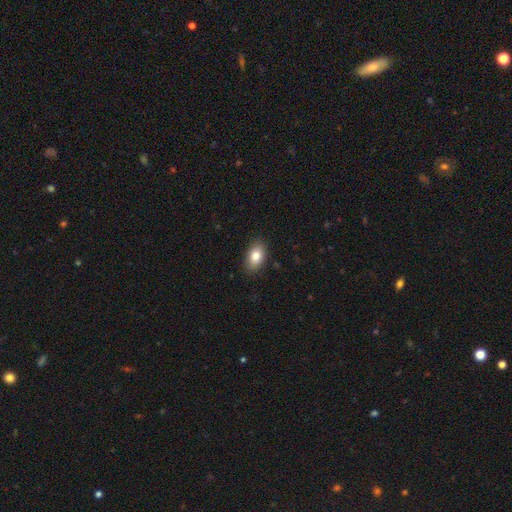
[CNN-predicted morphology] Smooth or featured: smooth — 81% (featured or disk — 11%)
How rounded: in between — 89% (round — 9%)
Merging: none — 88% (minor disturbance — 9%)